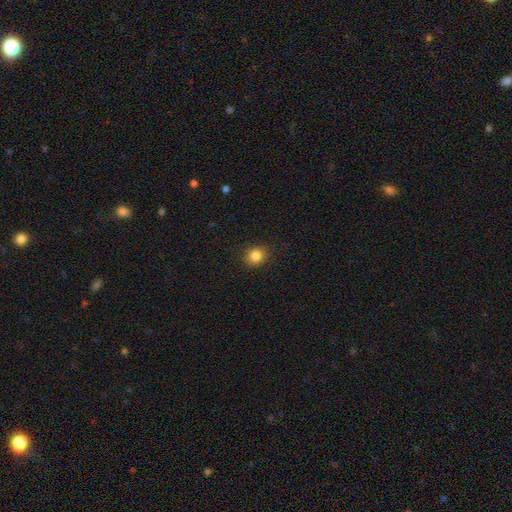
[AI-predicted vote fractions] A smooth galaxy with no disk features (84%) that is round (68%). Merging: none (87%).